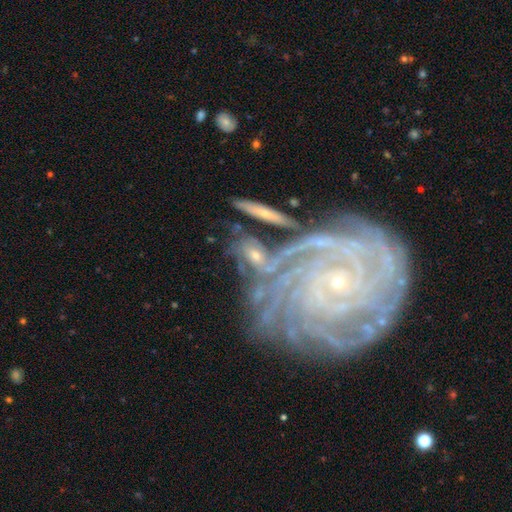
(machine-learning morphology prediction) This appears to be a featured or disk galaxy (71%) with no bar (65%), tight (68%) spiral arms (89%) and a small central bulge (62%). Merging: none (50%).